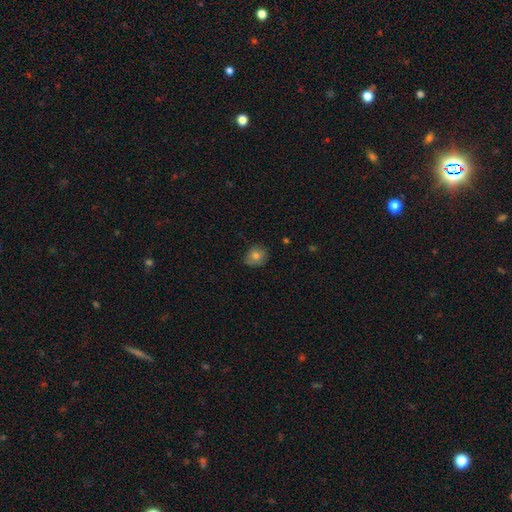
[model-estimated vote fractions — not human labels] smooth 76%, featured or disk 14%, star or artifact 10%. Down the decision tree: how rounded — round (73%); merging — none (72%).